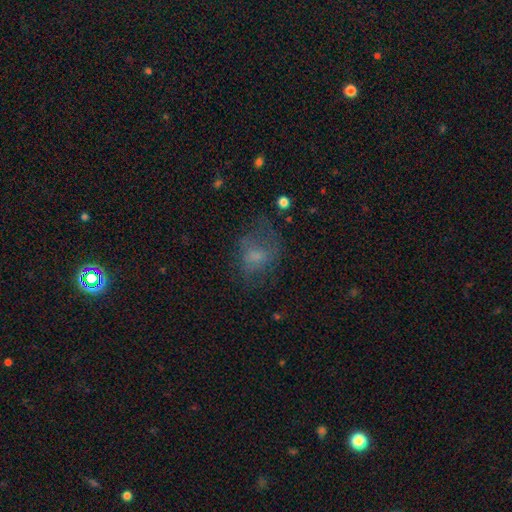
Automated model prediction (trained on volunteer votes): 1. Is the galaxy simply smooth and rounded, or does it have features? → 52% smooth, 32% featured or disk, 15% star or artifact.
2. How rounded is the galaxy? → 62% in between, 36% round, 2% cigar-shaped.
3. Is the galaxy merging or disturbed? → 39% none, 36% major disturbance, 22% minor disturbance, 3% merger.